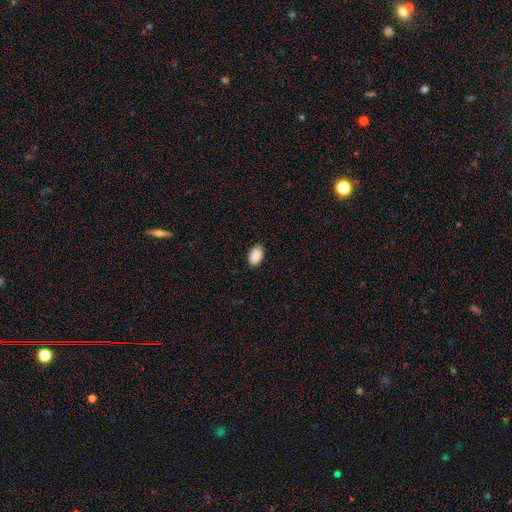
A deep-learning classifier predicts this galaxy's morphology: A smooth galaxy with no disk features (91%) that is in between round and cigar-shaped (92%).

Vote fractions:
- Smooth or featured? smooth: 91% / star or artifact: 7% / featured or disk: 3%
- How rounded? in between: 92% / round: 7% / cigar-shaped: 1%
- Merging? none: 85% / minor disturbance: 12% / major disturbance: 2% / merger: 1%